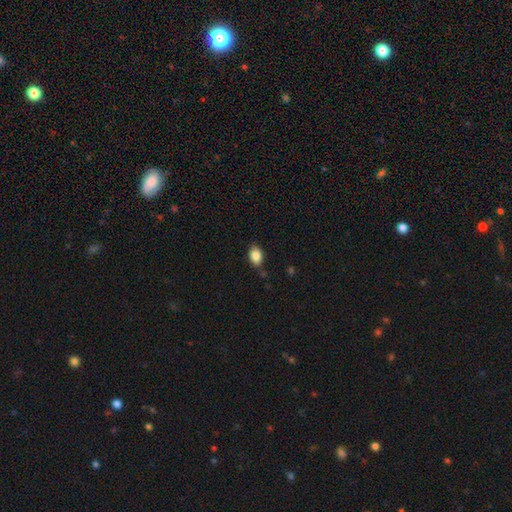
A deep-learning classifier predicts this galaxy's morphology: A smooth galaxy with no disk features (85%) that is in between round and cigar-shaped (83%). Merging: none (79%).